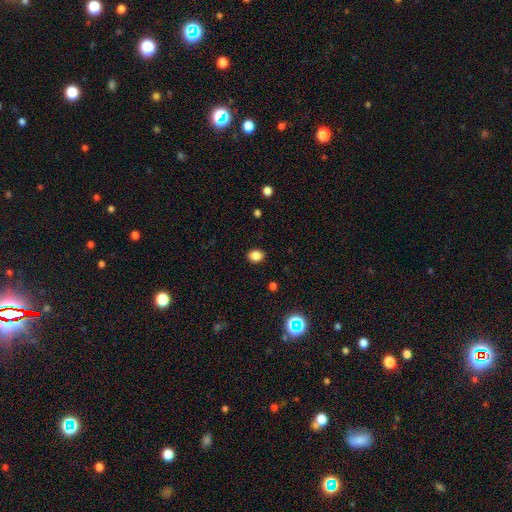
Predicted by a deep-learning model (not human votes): Smooth or featured? smooth (85%)
How rounded? round (52%)
Merging? none (90%)